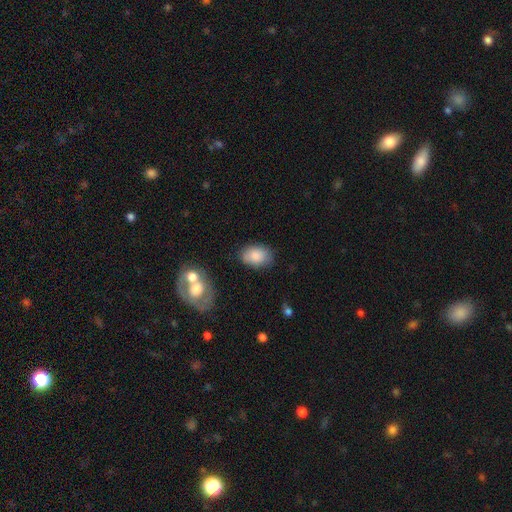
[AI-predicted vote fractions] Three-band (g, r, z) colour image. It shows a smooth galaxy with no disk features (83%) that is in between round and cigar-shaped (85%). Merging: none (78%).